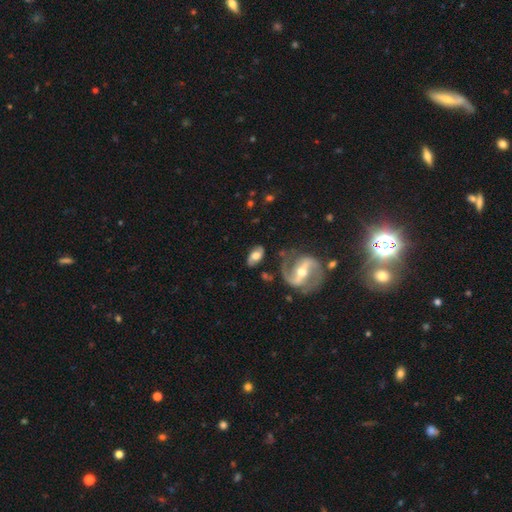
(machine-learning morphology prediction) Overall: featured or disk (54%; smooth 39%). Edge-on disk: no (89%). Merging: none (69%).